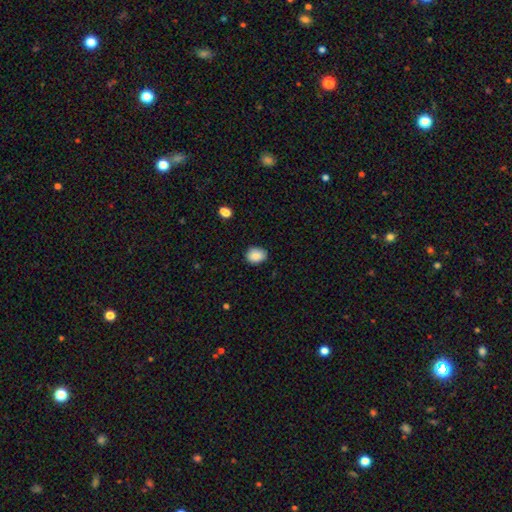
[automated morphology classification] Smooth or featured? smooth (88%)
How rounded? in between (60%)
Merging? none (84%)